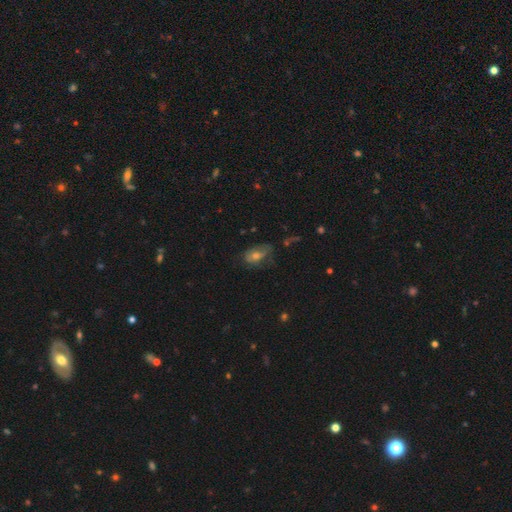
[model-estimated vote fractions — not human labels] This is possibly a smooth galaxy (48%). Merging: possibly none (51%).